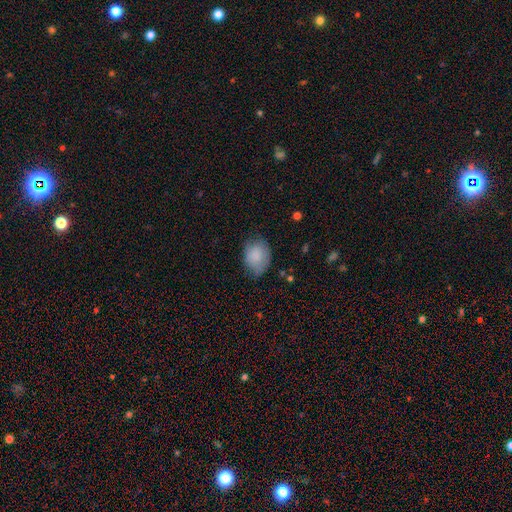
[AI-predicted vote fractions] smooth-or-featured: smooth: 82% | featured or disk: 11% | star or artifact: 7%
  how-rounded: in between: 70% | round: 29% | cigar-shaped: 1%
  merging: none: 61% | minor disturbance: 30% | major disturbance: 8% | merger: 2%